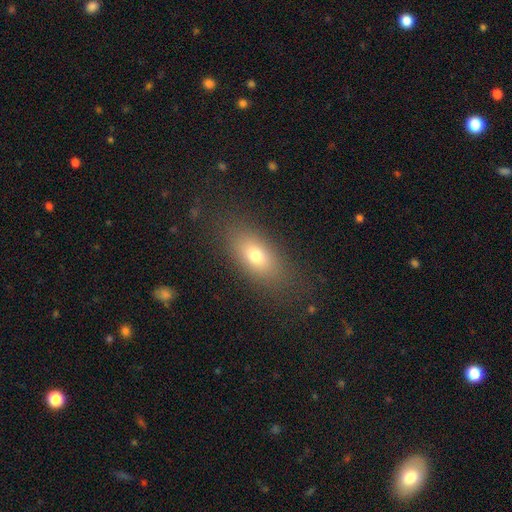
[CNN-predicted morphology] Overall: smooth (72%). How rounded: in between (81%). Merging: none (82%).